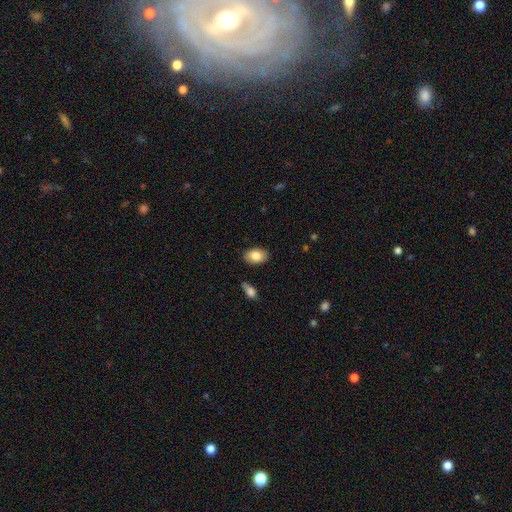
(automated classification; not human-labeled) Smooth or featured? smooth (83%)
How rounded? in between (90%)
Merging? none (86%)